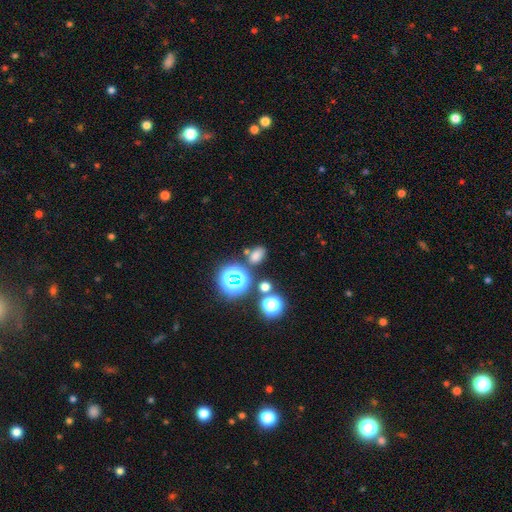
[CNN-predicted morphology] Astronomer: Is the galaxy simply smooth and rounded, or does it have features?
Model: smooth — 67%.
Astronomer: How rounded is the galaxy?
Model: in between — 72%.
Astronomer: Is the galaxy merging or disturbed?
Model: none — 74%.